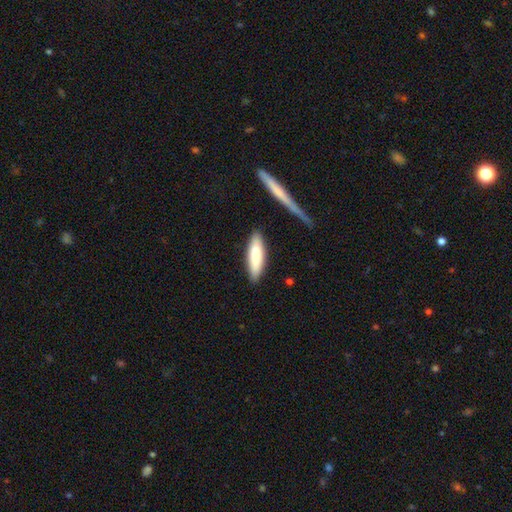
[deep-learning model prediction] smooth 80%, featured or disk 14%, star or artifact 5%. Down the decision tree: how rounded — cigar-shaped (62%); merging — none (83%).